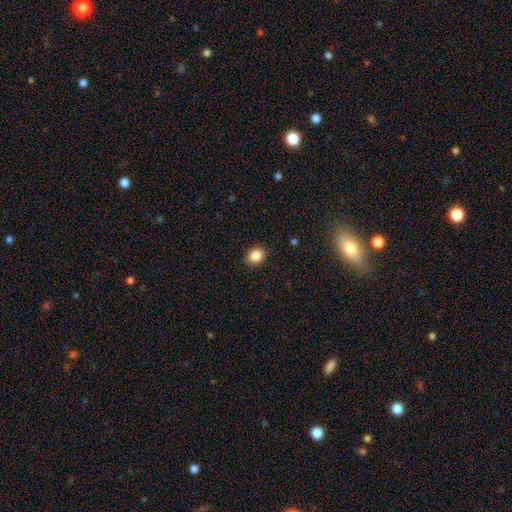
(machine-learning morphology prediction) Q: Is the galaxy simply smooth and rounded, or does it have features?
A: smooth — 87%.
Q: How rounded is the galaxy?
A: in between — 56%.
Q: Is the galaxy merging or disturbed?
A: none — 88%.